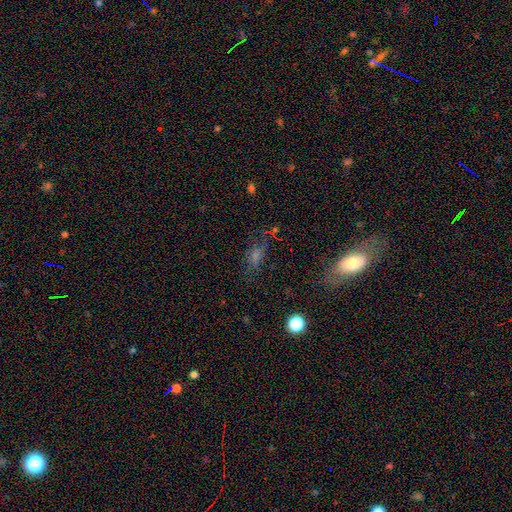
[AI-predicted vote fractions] smooth_or_featured: smooth (p=0.54) [alt: star or artifact p=0.25]
how_rounded: in between (p=0.75) [alt: round p=0.16]
merging: none (p=0.62) [alt: minor disturbance p=0.20]